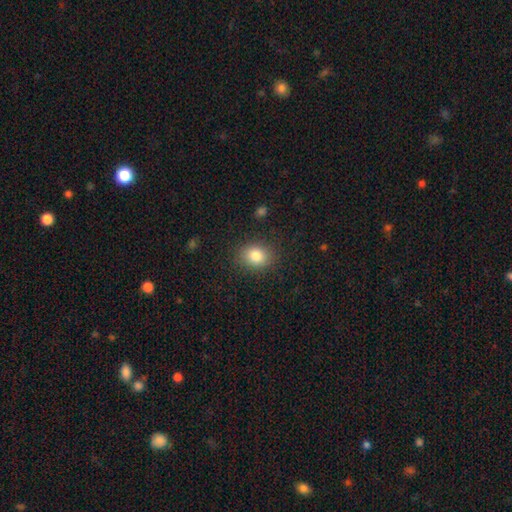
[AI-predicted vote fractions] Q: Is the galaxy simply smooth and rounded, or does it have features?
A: smooth — 82%.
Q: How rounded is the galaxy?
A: round — 52%.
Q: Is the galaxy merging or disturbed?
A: none — 86%.